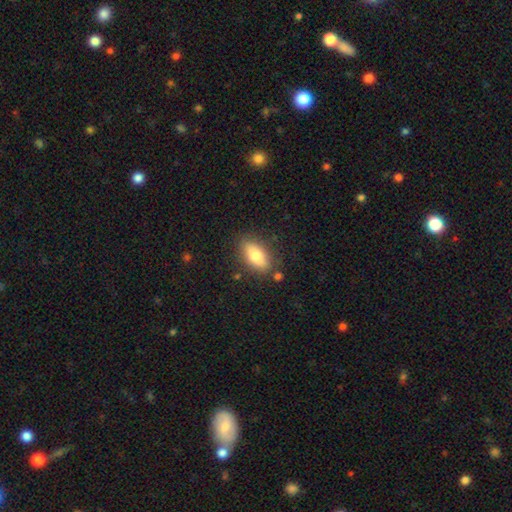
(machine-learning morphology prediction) A smooth galaxy with no disk features (77%) that is in between round and cigar-shaped (84%). Merging: none (82%).